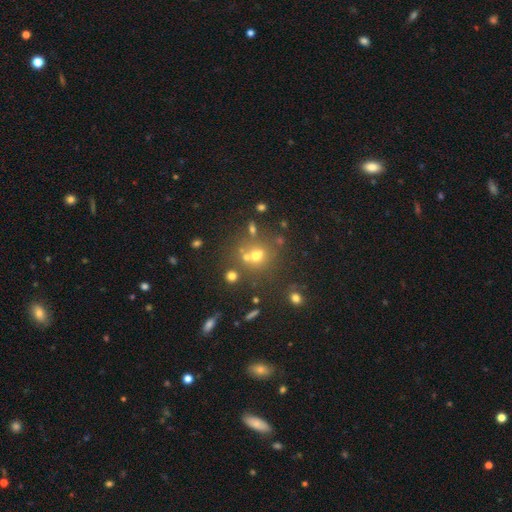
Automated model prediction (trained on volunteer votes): Morphology: type=smooth (56%); roundness=round (81%); merging=none (59%).